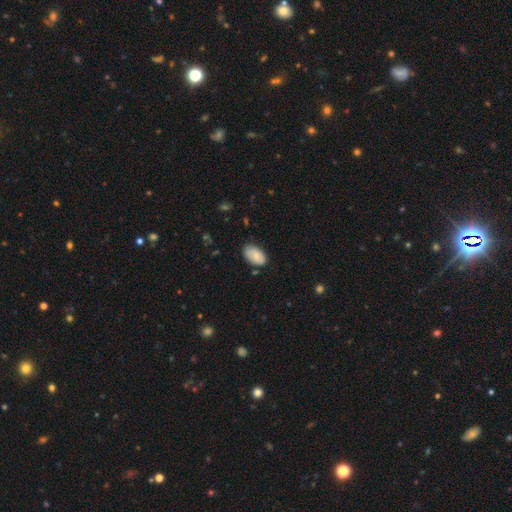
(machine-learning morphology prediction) Smooth or featured?
  - smooth: 74% *
  - featured or disk: 20%
  - star or artifact: 6%
How rounded?
  - in between: 93% *
  - round: 5%
  - cigar-shaped: 1%
Merging?
  - none: 74% *
  - minor disturbance: 21%
  - major disturbance: 3%
  - merger: 2%